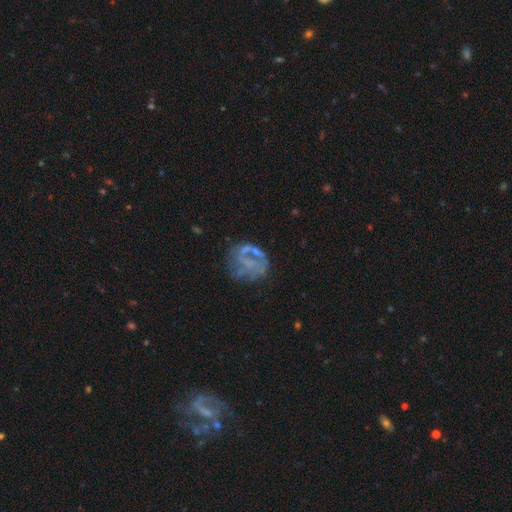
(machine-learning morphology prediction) A featured or disk galaxy (64%) with no bar (72%), no spiral arms (64%) and no central bulge (70%).

Vote fractions:
- Smooth or featured? featured or disk: 64% / smooth: 24% / star or artifact: 13%
- Edge-on disk? no: 98% / yes: 2%
- Bar? no: 72% / weak: 20% / strong: 8%
- Spiral arms? no: 64% / yes: 36%
- Bulge size? none: 70% / small: 16% / moderate: 11% / large: 2% / dominant: 1%
- Merging? none: 49% / major disturbance: 24% / minor disturbance: 19% / merger: 7%